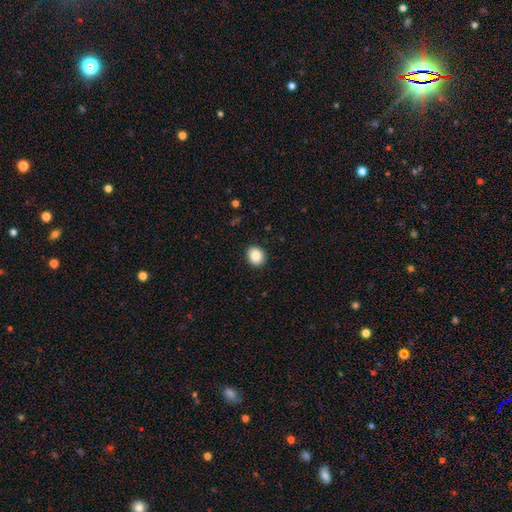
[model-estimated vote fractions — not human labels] Smooth or featured? smooth (87%)
How rounded? round (64%)
Merging? none (90%)